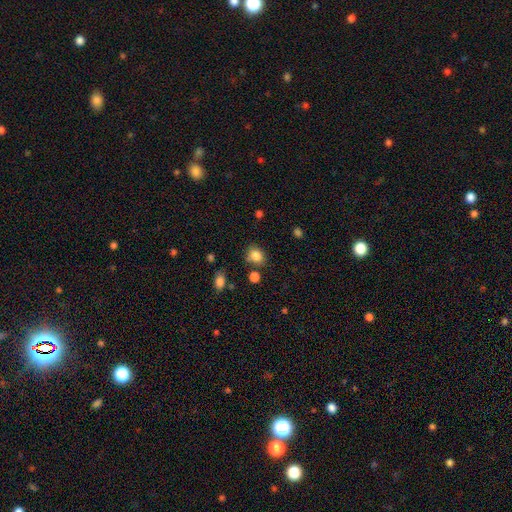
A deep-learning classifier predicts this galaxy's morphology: A smooth galaxy with no disk features (83%) that is round (57%).

Vote fractions:
- Smooth or featured? smooth: 83% / star or artifact: 11% / featured or disk: 6%
- How rounded? round: 57% / in between: 42% / cigar-shaped: 1%
- Merging? none: 69% / minor disturbance: 18% / merger: 8% / major disturbance: 5%